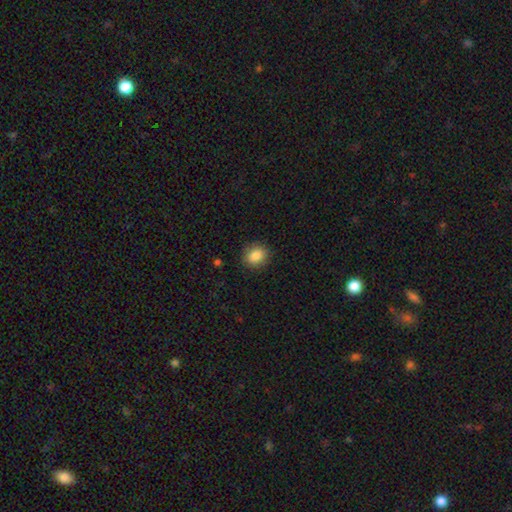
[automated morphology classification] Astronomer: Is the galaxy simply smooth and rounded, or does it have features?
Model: smooth — 85%.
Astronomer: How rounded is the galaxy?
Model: round — 62%.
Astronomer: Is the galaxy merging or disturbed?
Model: none — 87%.